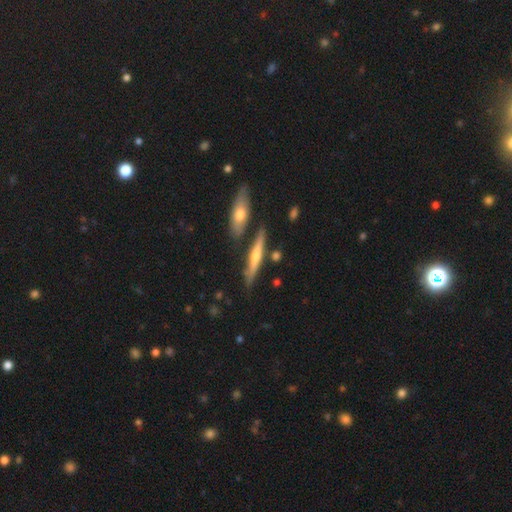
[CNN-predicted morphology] smooth-or-featured: featured or disk: 57% | smooth: 36% | star or artifact: 7%
  disk-edge-on: yes: 94% | no: 6%
    edge-on-bulge: rounded: 79% | none: 15% | boxy: 7%
  merging: none: 77% | minor disturbance: 11% | merger: 9% | major disturbance: 3%